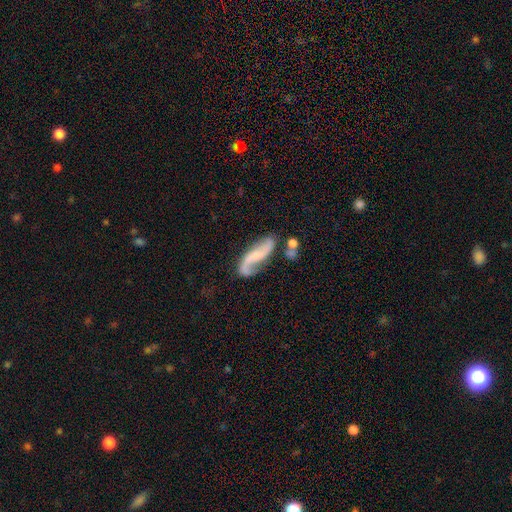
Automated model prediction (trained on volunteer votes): A featured or disk galaxy (81%) with no bar (48%), 2 (90%) loose (68%) spiral arms (95%) and a small central bulge (53%). Merging: none (60%).